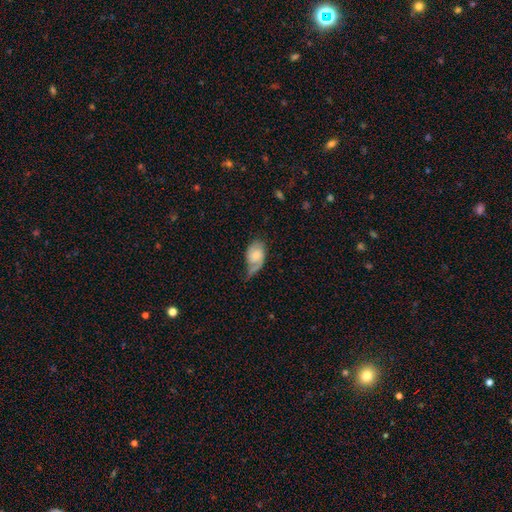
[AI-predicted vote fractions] This is possibly a featured or disk galaxy (55%). It is clearly not viewed edge-on (95%). Bar: likely no (66%). Spiral arm pattern: clearly yes (86%). Central bulge: marginally moderate (44%). Merging: marginally minor disturbance (37%).